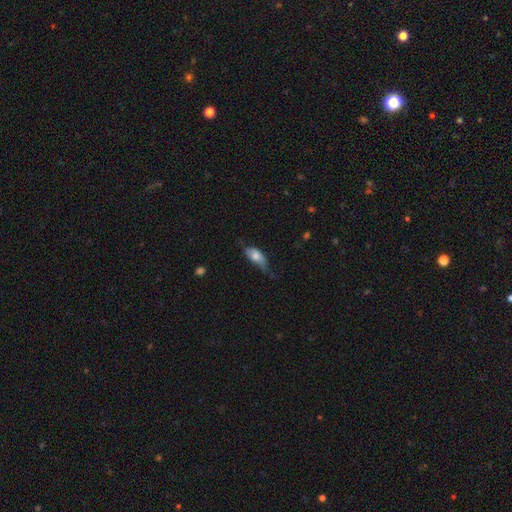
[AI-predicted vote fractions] A smooth galaxy with no disk features (68%) that is in between round and cigar-shaped (83%).

Vote fractions:
- Smooth or featured? smooth: 68% / featured or disk: 25% / star or artifact: 7%
- How rounded? in between: 83% / cigar-shaped: 13% / round: 4%
- Merging? minor disturbance: 41% / none: 33% / major disturbance: 24% / merger: 3%